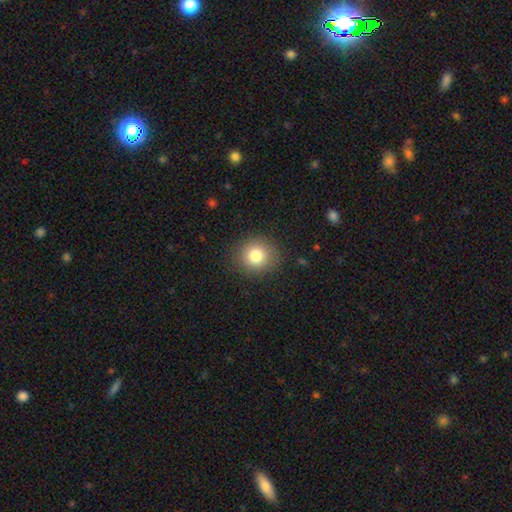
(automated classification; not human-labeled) Q: Smooth or featured?
A: smooth (81%); runner-up: star or artifact (11%)
Q: How rounded?
A: round (85%); runner-up: in between (14%)
Q: Merging?
A: none (88%); runner-up: minor disturbance (8%)